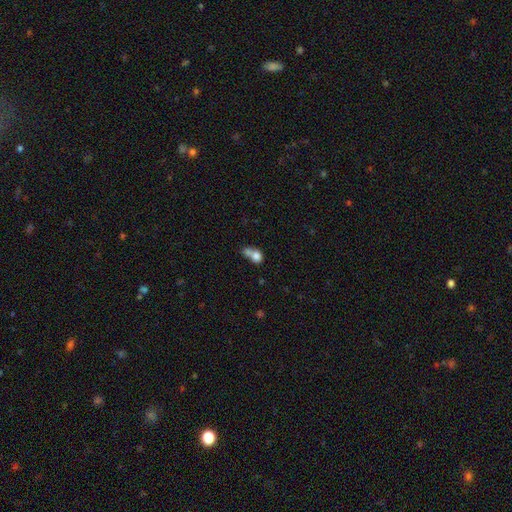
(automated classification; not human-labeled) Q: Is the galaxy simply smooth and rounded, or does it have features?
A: smooth — 76%.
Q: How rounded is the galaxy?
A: round — 58%.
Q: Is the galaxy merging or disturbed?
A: merger — 62%.